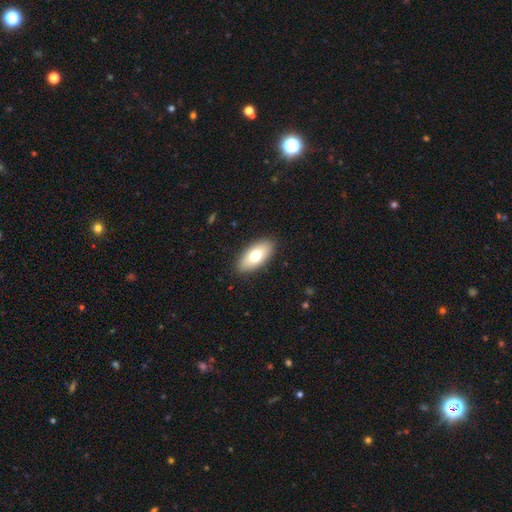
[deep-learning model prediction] This is likely a smooth galaxy (73%). How rounded: clearly in between (91%). Merging: clearly none (89%).